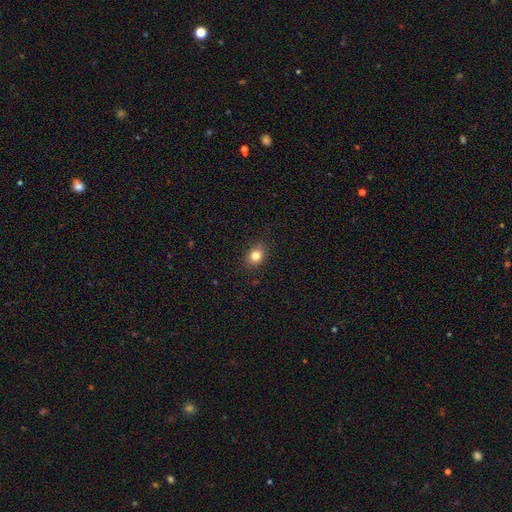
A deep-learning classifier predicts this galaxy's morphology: Overall: smooth (80%). How rounded: round (61%; in between 38%). Merging: none (86%).